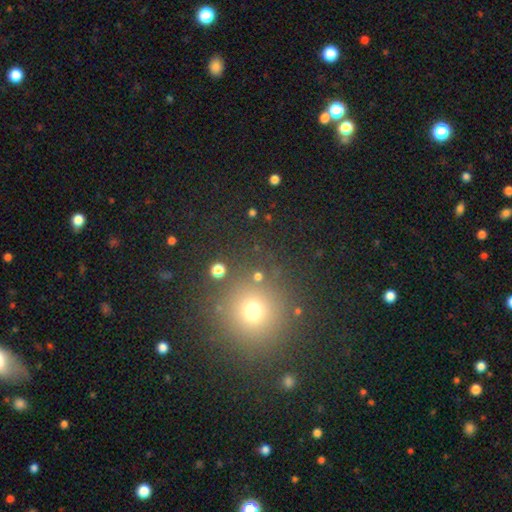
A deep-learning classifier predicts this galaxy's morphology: smooth_or_featured: smooth (p=0.59) [alt: star or artifact p=0.33]
how_rounded: round (p=0.94) [alt: in between p=0.05]
merging: none (p=0.87) [alt: minor disturbance p=0.07]